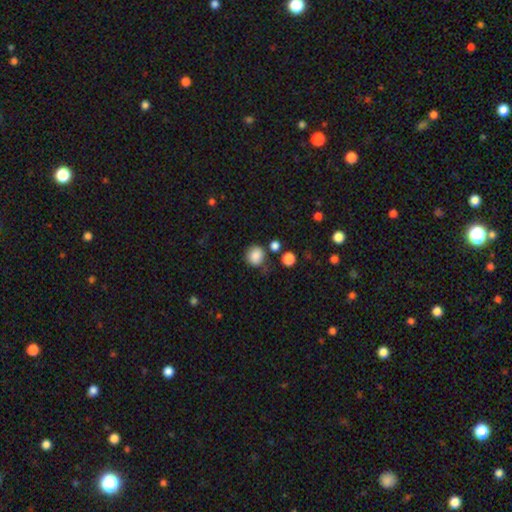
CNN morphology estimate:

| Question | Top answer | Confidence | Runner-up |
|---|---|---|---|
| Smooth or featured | smooth | 85% | star or artifact (10%) |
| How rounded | round | 84% | in between (15%) |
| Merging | none | 70% | minor disturbance (17%) |